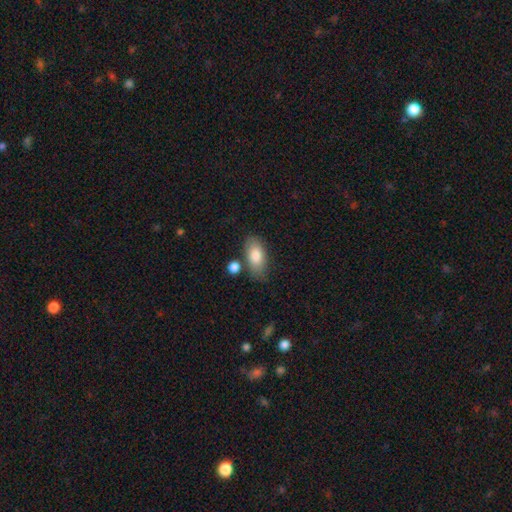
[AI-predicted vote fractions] The model was most divided on "merging": none: 70%, minor disturbance: 16%, merger: 9%, major disturbance: 4%. More confident: how rounded — in between (91%); smooth or featured — smooth (82%).